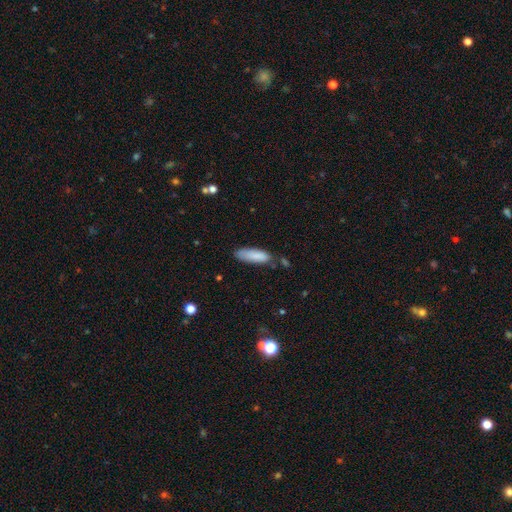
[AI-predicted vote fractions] smooth_or_featured: smooth (p=0.86) [alt: featured or disk p=0.08]
how_rounded: in between (p=0.51) [alt: cigar-shaped p=0.47]
merging: none (p=0.64) [alt: minor disturbance p=0.25]